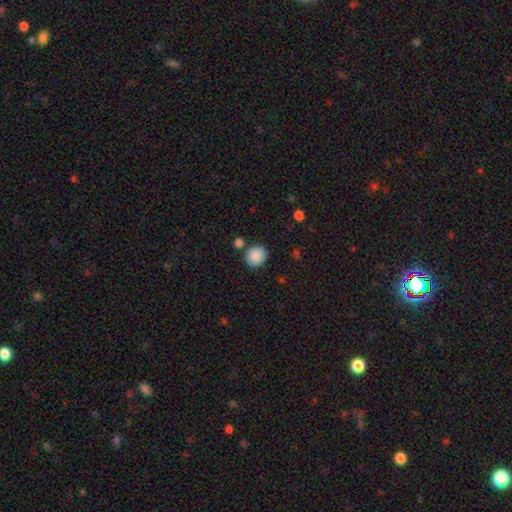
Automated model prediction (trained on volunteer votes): The model was most divided on "how rounded": round: 72%, in between: 27%, cigar-shaped: 1%. More confident: smooth or featured — smooth (88%); merging — none (78%).